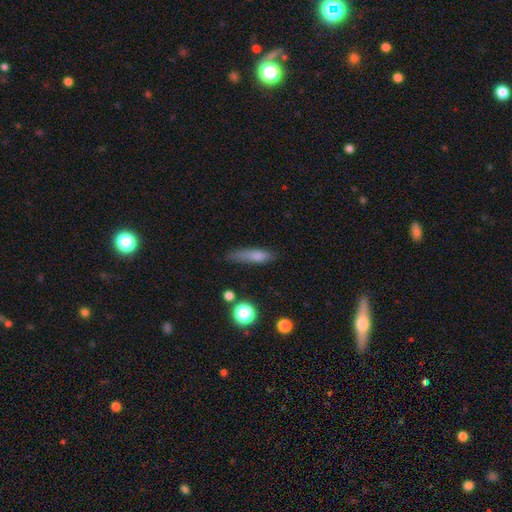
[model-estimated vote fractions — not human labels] Smooth or featured: smooth — 74% (featured or disk — 16%)
How rounded: cigar-shaped — 69% (in between — 27%)
Merging: none — 63% (minor disturbance — 26%)